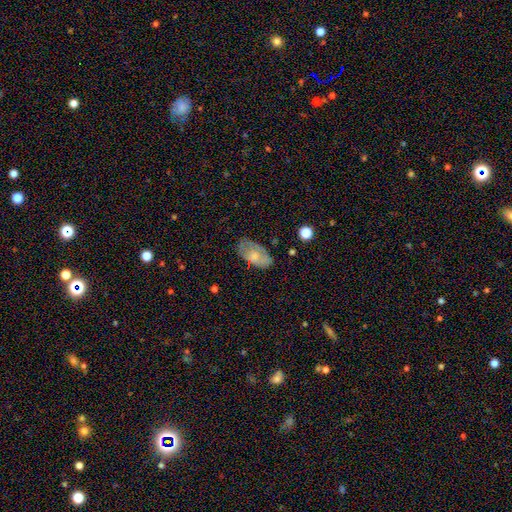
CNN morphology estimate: A smooth galaxy with no disk features (54%) that is in between round and cigar-shaped (92%). Merging: none (67%).